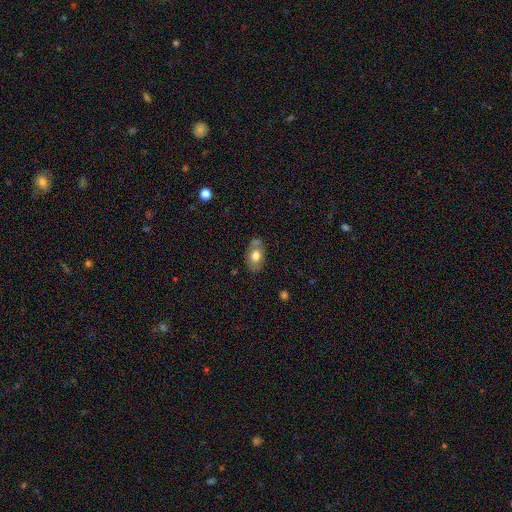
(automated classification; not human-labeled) Smooth or featured? Predicted: smooth (p=0.70). How rounded? Predicted: in between (p=0.87). Merging? Predicted: none (p=0.62).